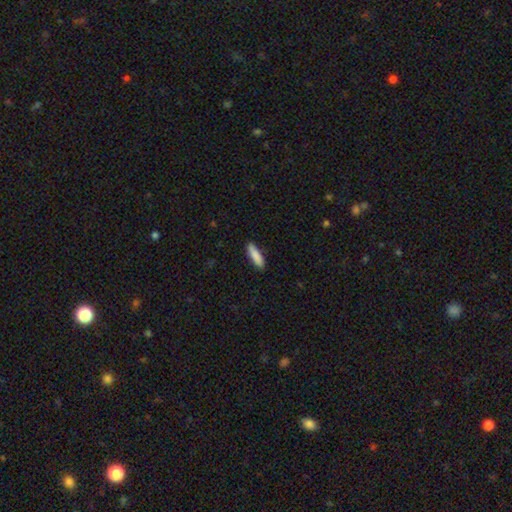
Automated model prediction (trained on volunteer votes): A smooth galaxy with no disk features (88%) that is cigar-shaped (64%).

Vote fractions:
- Smooth or featured? smooth: 88% / star or artifact: 6% / featured or disk: 6%
- How rounded? cigar-shaped: 64% / in between: 35% / round: 1%
- Merging? none: 88% / minor disturbance: 9% / major disturbance: 2% / merger: 1%